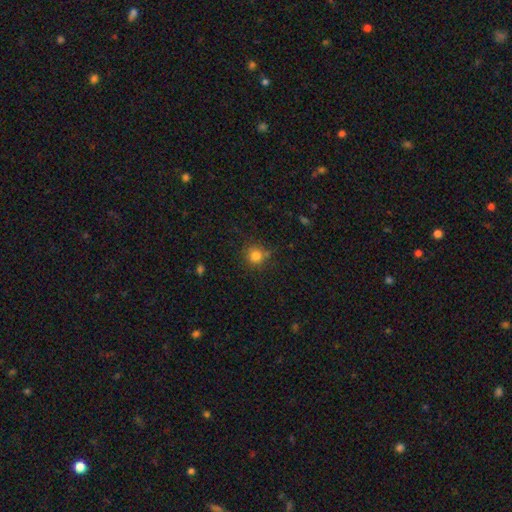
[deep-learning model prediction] Q: Smooth or featured?
A: smooth (80%); runner-up: star or artifact (14%)
Q: How rounded?
A: round (92%); runner-up: in between (7%)
Q: Merging?
A: none (79%); runner-up: minor disturbance (13%)